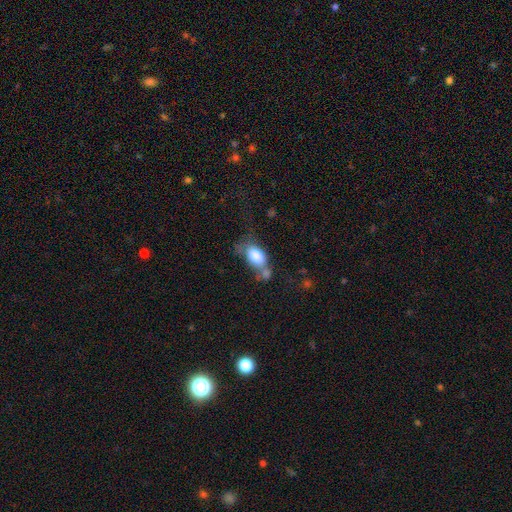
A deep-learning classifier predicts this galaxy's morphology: smooth 78%, featured or disk 14%, star or artifact 8%. Down the decision tree: how rounded — in between (88%); merging — merger (35%).